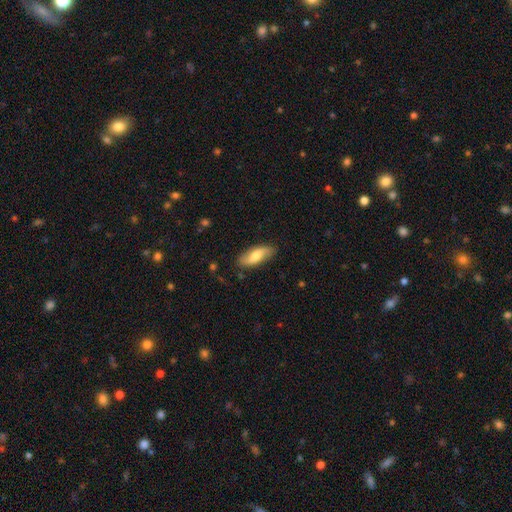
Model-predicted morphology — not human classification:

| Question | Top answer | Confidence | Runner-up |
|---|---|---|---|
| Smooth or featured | smooth | 63% | featured or disk (31%) |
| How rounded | in between | 74% | cigar-shaped (23%) |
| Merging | none | 83% | minor disturbance (13%) |